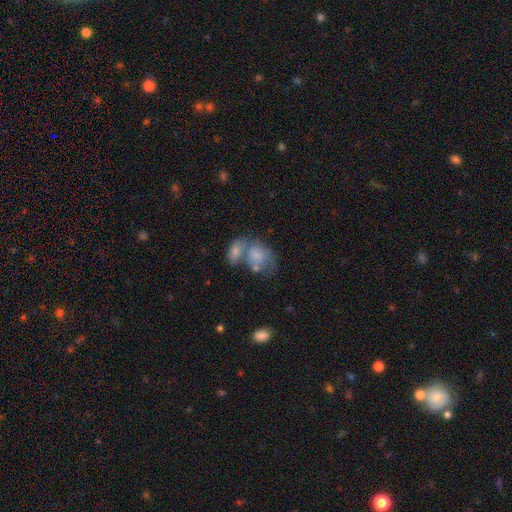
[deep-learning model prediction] Overall: smooth (69%). How rounded: in between (68%; round 30%). Merging: merger (57%; none 19%).